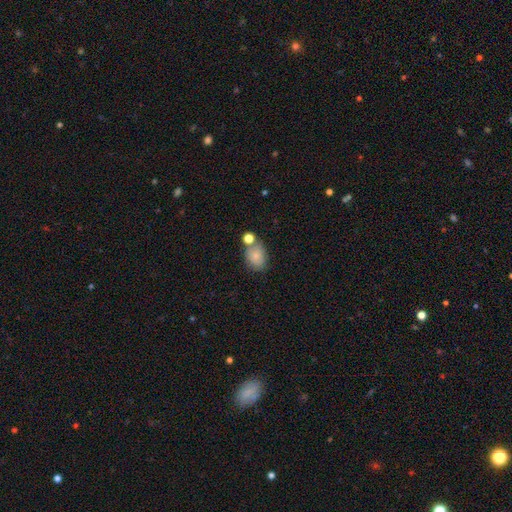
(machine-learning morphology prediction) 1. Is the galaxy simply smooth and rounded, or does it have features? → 82% smooth, 9% star or artifact, 9% featured or disk.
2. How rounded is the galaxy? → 72% in between, 26% round, 1% cigar-shaped.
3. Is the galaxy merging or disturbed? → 56% none, 21% merger, 17% minor disturbance, 6% major disturbance.